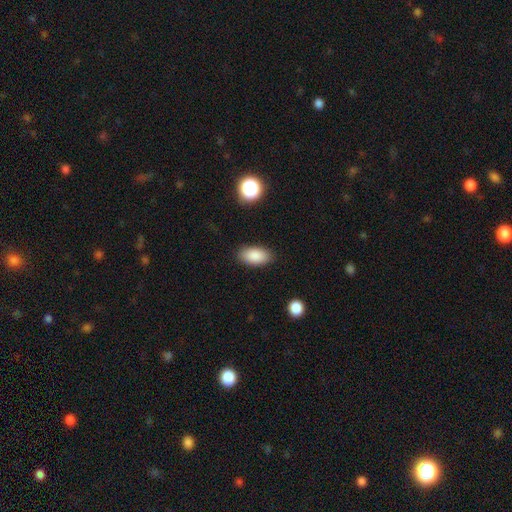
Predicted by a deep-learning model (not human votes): The model was most divided on "merging": none: 87%, minor disturbance: 9%, major disturbance: 2%, merger: 1%. More confident: how rounded — in between (93%); smooth or featured — smooth (88%).